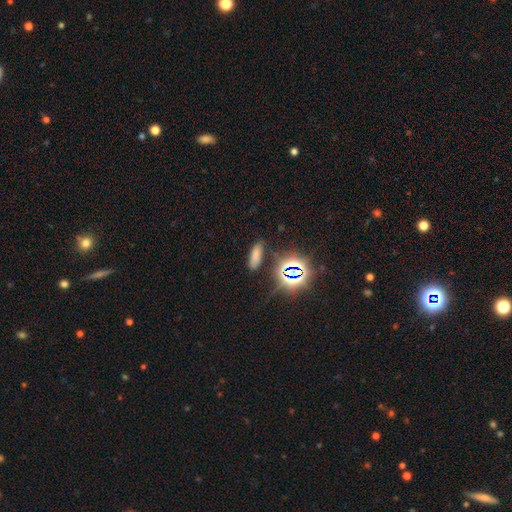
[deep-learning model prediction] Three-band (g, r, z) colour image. It shows a smooth galaxy with no disk features (65%) that is in between round and cigar-shaped (61%). Merging: none (80%).